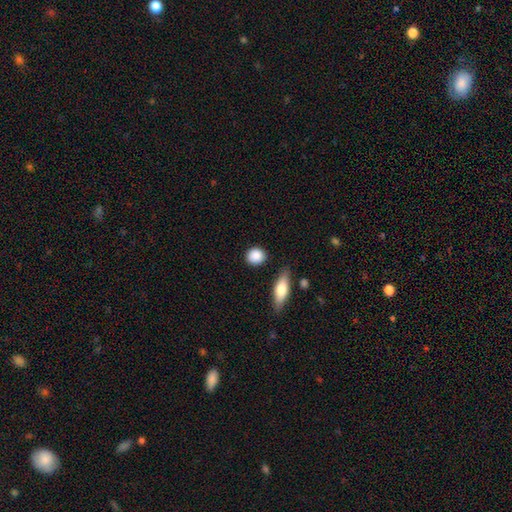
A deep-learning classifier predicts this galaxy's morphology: The model was most divided on "how rounded": round: 76%, in between: 21%, cigar-shaped: 3%. More confident: smooth or featured — smooth (88%); merging — none (84%).